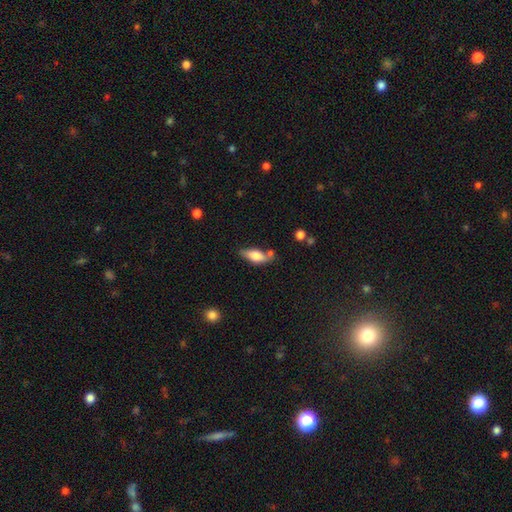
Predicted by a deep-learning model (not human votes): Q: Smooth or featured?
A: smooth (70%); runner-up: featured or disk (23%)
Q: How rounded?
A: in between (72%); runner-up: cigar-shaped (25%)
Q: Merging?
A: none (62%); runner-up: minor disturbance (21%)